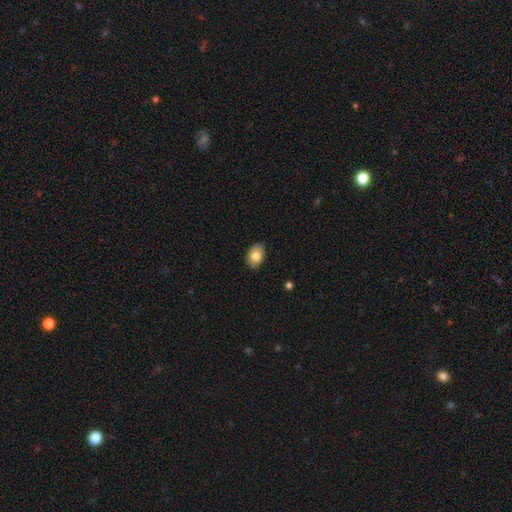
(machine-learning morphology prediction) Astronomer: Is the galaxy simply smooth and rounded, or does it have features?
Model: smooth — 82%.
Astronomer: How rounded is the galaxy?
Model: in between — 83%.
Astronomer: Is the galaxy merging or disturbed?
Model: none — 86%.